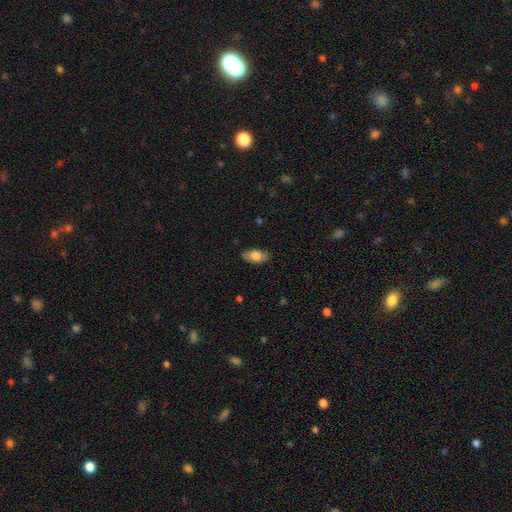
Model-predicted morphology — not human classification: This is likely a smooth galaxy (77%). How rounded: clearly in between (91%). Merging: clearly none (85%).